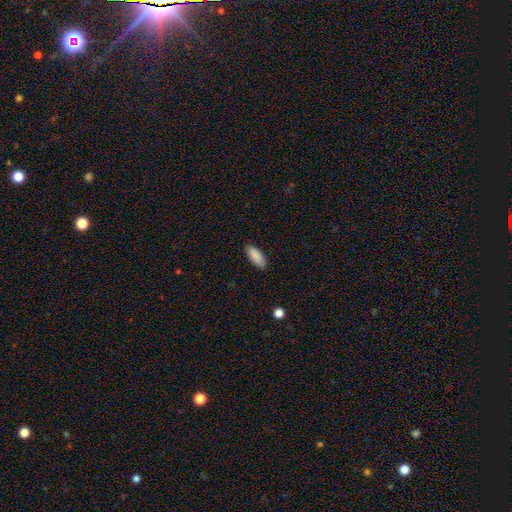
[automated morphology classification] Smooth or featured?
  - smooth: 89% *
  - star or artifact: 6%
  - featured or disk: 4%
How rounded?
  - in between: 79% *
  - cigar-shaped: 19%
  - round: 2%
Merging?
  - none: 87% *
  - minor disturbance: 10%
  - major disturbance: 2%
  - merger: 1%